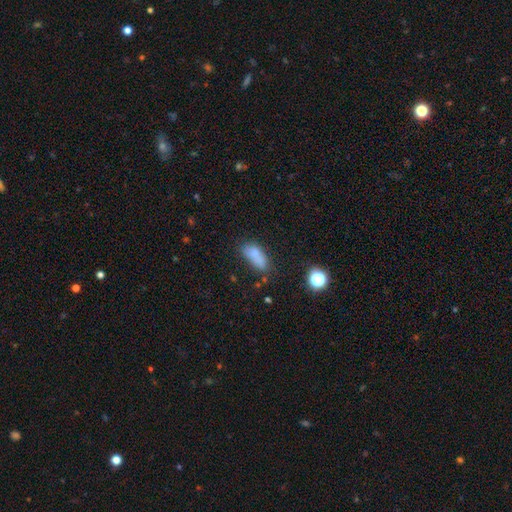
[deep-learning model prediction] smooth 77%, star or artifact 12%, featured or disk 11%. Down the decision tree: how rounded — in between (79%); merging — none (52%).